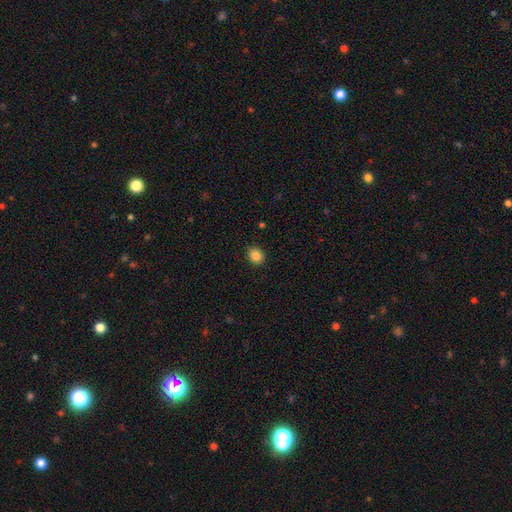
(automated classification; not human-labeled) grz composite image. It shows a smooth galaxy with no disk features (86%) that is round (62%). Merging: none (88%).